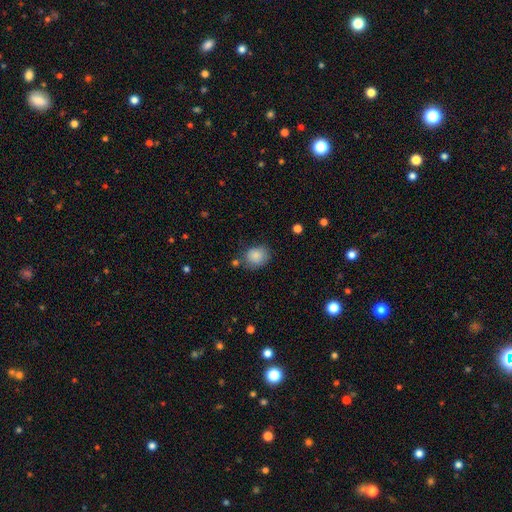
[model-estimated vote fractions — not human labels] Smooth or featured?
  - smooth: 86% *
  - star or artifact: 8%
  - featured or disk: 6%
How rounded?
  - round: 56% *
  - in between: 43%
  - cigar-shaped: 1%
Merging?
  - none: 67% *
  - minor disturbance: 22%
  - major disturbance: 6%
  - merger: 5%